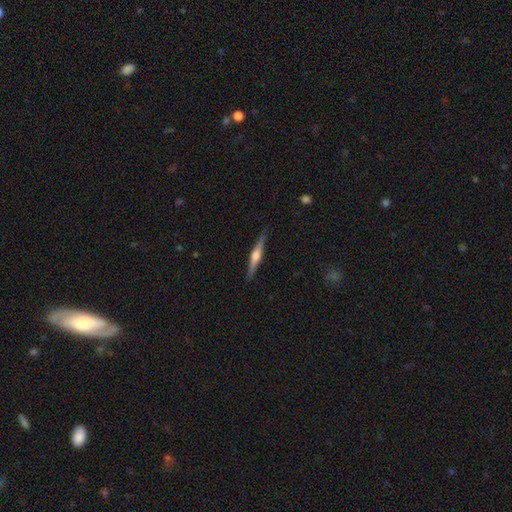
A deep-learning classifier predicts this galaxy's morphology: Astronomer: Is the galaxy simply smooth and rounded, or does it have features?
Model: featured or disk — 69%.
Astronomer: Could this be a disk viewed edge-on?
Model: yes — 98%.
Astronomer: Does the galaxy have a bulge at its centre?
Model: rounded — 84%.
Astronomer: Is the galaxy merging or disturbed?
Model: none — 88%.